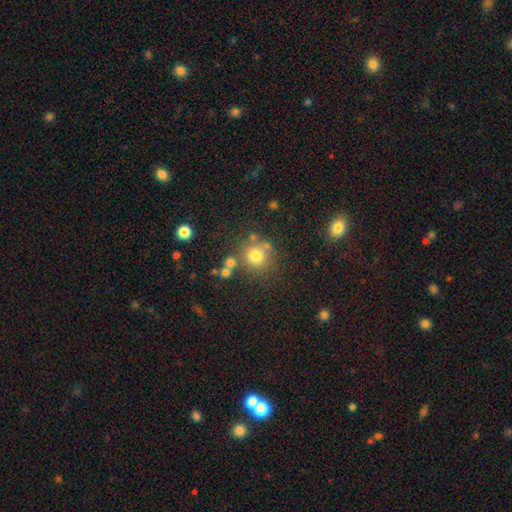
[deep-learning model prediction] smooth 74%, star or artifact 16%, featured or disk 10%. Down the decision tree: how rounded — round (89%); merging — none (71%).